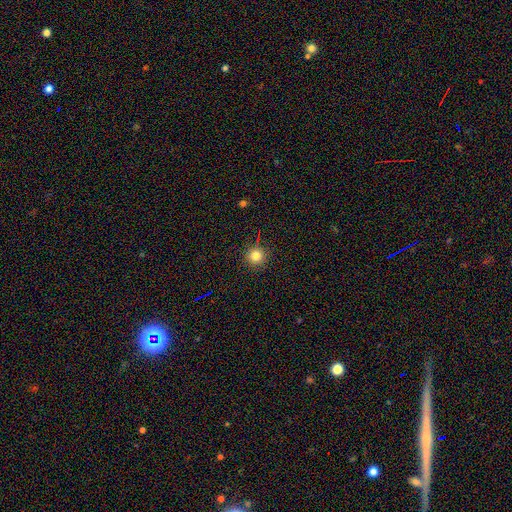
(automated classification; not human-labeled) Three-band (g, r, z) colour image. It shows a smooth galaxy with no disk features (82%) that is round (95%). Merging: none (91%).